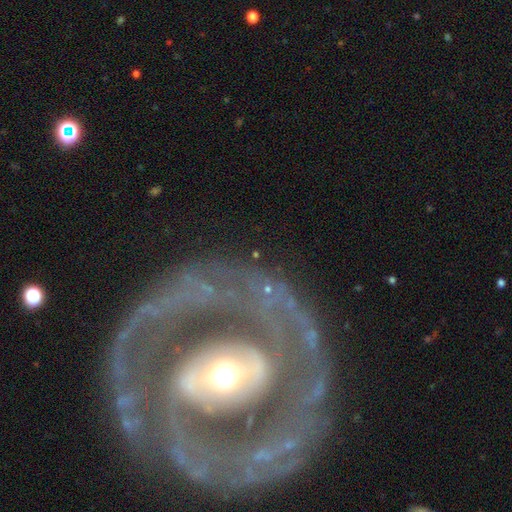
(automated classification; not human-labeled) This is likely a featured or disk galaxy (68%). It is clearly not viewed edge-on (86%). Bar: marginally strong (39%). Spiral arm pattern: likely yes (77%). Central bulge: possibly moderate (55%). Merging: likely none (65%).